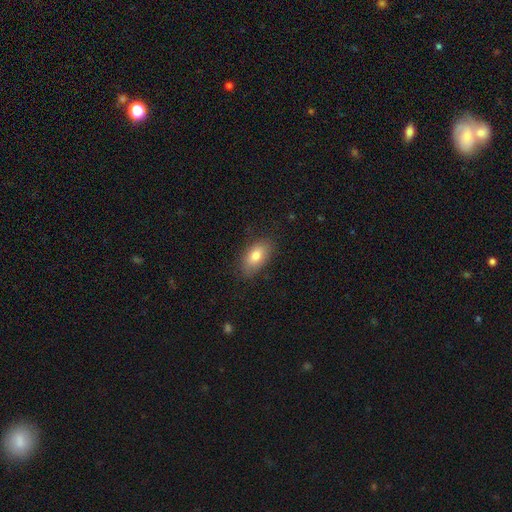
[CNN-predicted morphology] smooth 79%, featured or disk 13%, star or artifact 7%. Down the decision tree: how rounded — in between (91%); merging — none (82%).